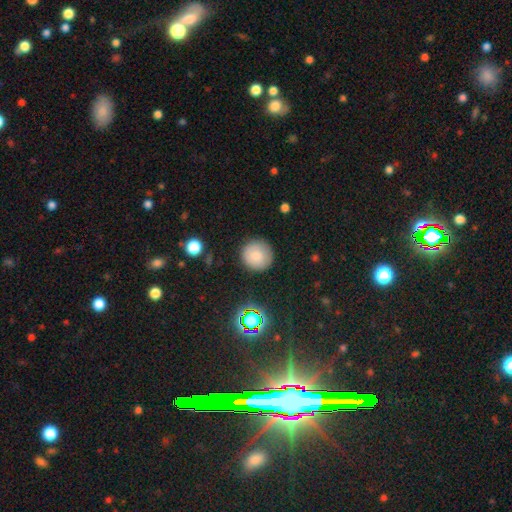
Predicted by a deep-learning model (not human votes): smooth_or_featured: smooth (p=0.81) [alt: star or artifact p=0.10]
how_rounded: round (p=0.94) [alt: in between p=0.05]
merging: none (p=0.88) [alt: minor disturbance p=0.08]